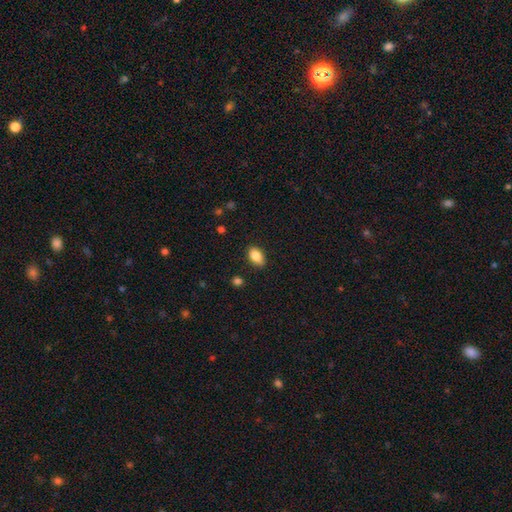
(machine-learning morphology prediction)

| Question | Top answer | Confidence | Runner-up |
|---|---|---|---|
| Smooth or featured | smooth | 85% | star or artifact (8%) |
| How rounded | in between | 90% | round (7%) |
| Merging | none | 86% | minor disturbance (10%) |